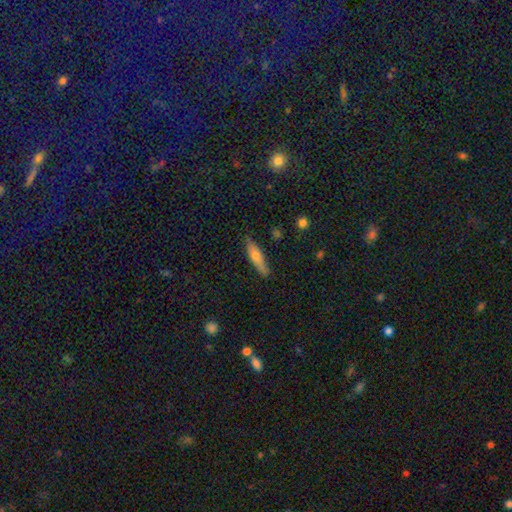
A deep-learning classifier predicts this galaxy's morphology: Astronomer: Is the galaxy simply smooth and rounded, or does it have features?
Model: smooth — 60%.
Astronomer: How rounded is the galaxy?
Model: cigar-shaped — 79%.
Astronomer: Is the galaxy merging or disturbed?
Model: none — 84%.